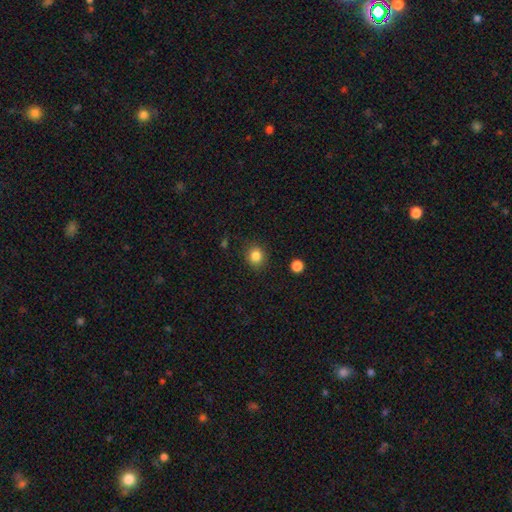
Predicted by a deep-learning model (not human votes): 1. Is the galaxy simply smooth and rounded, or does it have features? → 84% smooth, 11% star or artifact, 5% featured or disk.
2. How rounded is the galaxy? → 84% round, 15% in between, 1% cigar-shaped.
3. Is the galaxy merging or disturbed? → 88% none, 8% minor disturbance, 2% major disturbance, 2% merger.